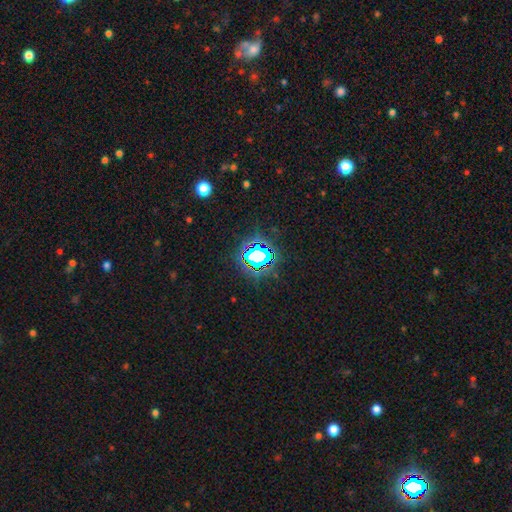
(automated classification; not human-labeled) This is likely a star or artifact rather than a galaxy (69%).